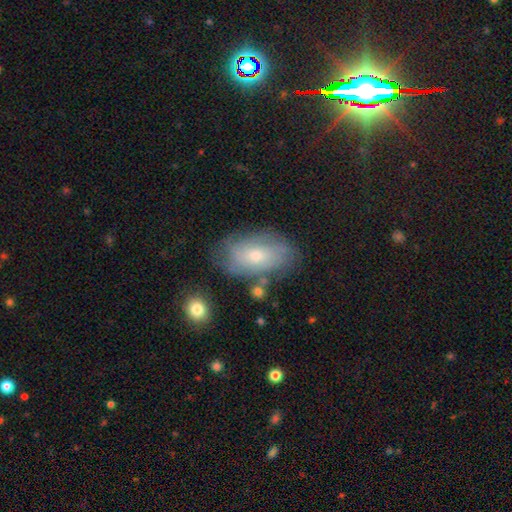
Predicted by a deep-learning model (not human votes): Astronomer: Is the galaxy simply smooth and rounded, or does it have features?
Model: featured or disk — 45%, tied with smooth at 45%.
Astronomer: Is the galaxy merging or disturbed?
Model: none — 70%.